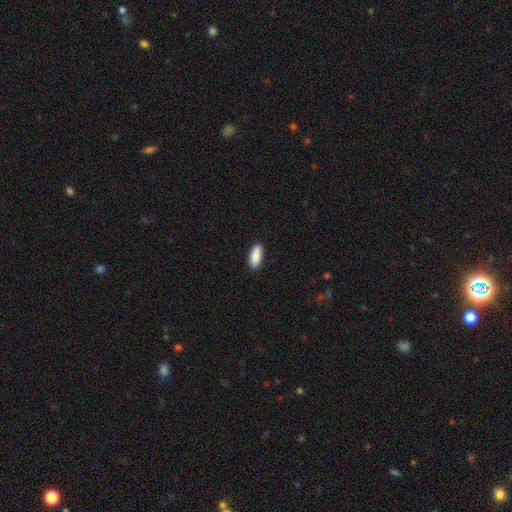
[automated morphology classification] smooth-or-featured: smooth: 90% | star or artifact: 6% | featured or disk: 5%
  how-rounded: in between: 81% | cigar-shaped: 17% | round: 2%
  merging: none: 89% | minor disturbance: 8% | major disturbance: 2% | merger: 1%